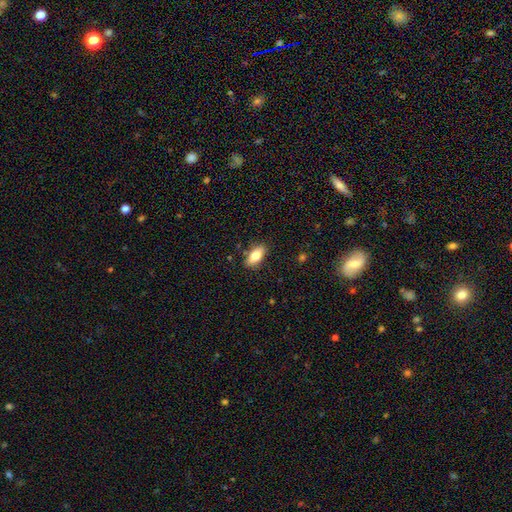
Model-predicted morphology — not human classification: A smooth galaxy with no disk features (78%) that is in between round and cigar-shaped (87%). Merging: none (85%).